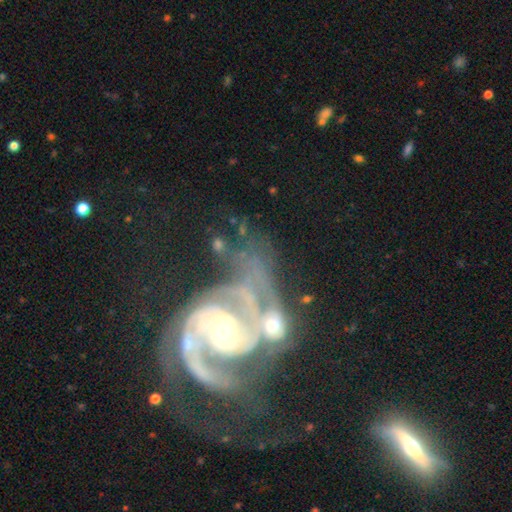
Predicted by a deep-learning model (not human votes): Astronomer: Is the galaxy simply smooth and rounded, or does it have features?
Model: featured or disk — 91%.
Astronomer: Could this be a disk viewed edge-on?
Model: no — 97%.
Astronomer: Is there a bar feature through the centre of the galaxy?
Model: weak — 40% (runner-up: no, 33%).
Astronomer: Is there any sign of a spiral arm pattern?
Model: yes — 98%.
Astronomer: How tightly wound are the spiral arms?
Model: medium — 48% (runner-up: tight, 40%).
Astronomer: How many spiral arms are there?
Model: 2 — 76%.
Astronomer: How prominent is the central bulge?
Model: small — 47% (runner-up: moderate, 46%).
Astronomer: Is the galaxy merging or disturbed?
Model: merger — 31%, tied with none at 31%.